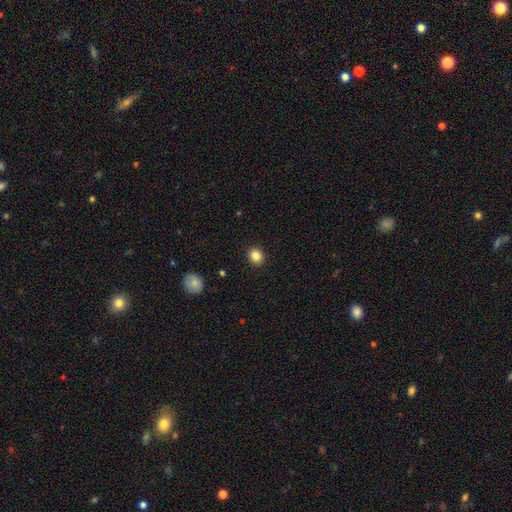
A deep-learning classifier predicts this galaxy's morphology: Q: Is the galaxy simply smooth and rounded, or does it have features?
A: smooth — 85%.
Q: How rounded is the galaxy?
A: round — 77%.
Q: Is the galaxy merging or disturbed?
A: none — 91%.